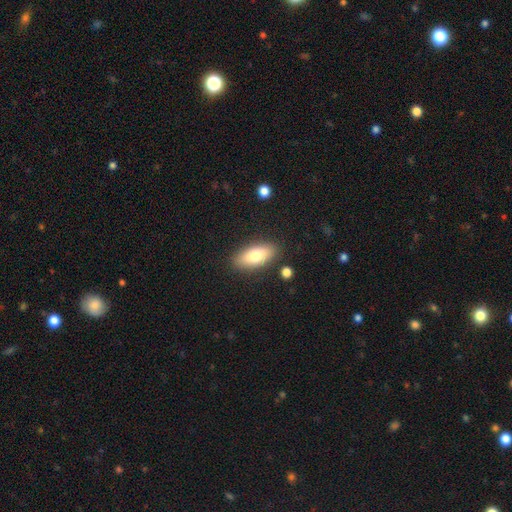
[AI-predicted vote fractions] Smooth or featured?
  - smooth: 74% *
  - featured or disk: 20%
  - star or artifact: 7%
How rounded?
  - in between: 84% *
  - cigar-shaped: 13%
  - round: 3%
Merging?
  - none: 86% *
  - minor disturbance: 9%
  - major disturbance: 2%
  - merger: 2%